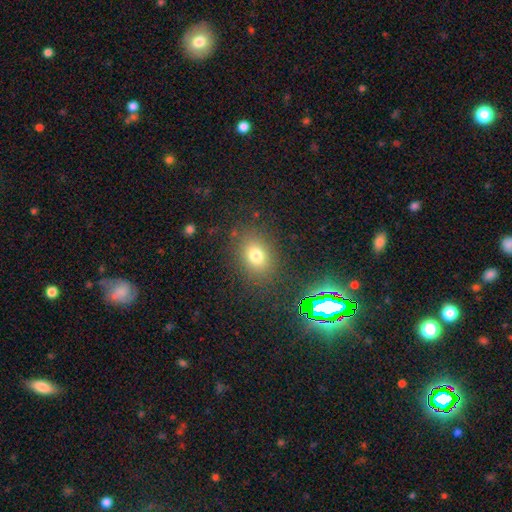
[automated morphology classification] This appears to be a smooth galaxy with no disk features (74%) that is in between round and cigar-shaped (55%). Merging: none (82%).